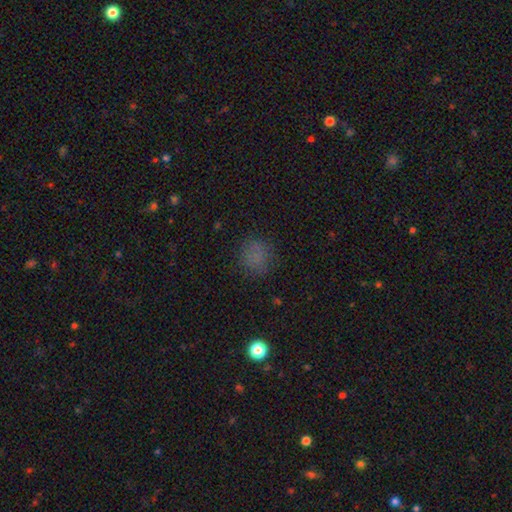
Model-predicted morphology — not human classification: Smooth or featured? Predicted: smooth (p=0.72). How rounded? Predicted: round (p=0.80). Merging? Predicted: none (p=0.80).